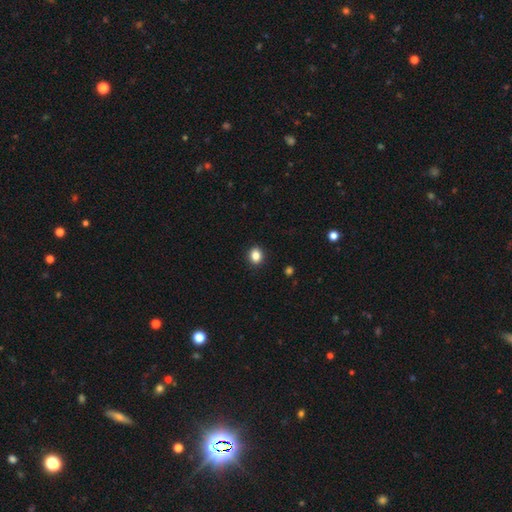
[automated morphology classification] Smooth or featured? smooth (85%)
How rounded? round (64%)
Merging? none (91%)